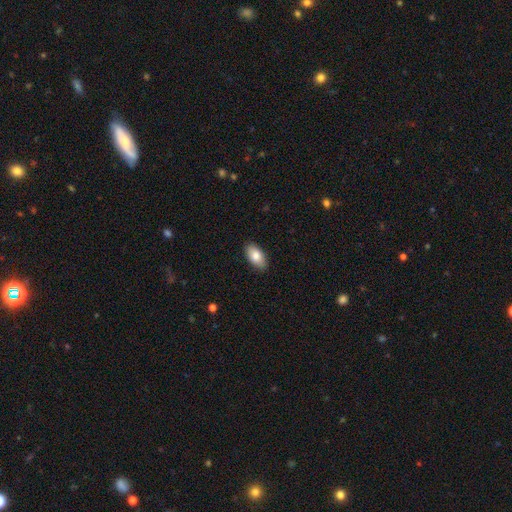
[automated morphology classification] Smooth or featured? smooth (83%)
How rounded? in between (94%)
Merging? none (89%)